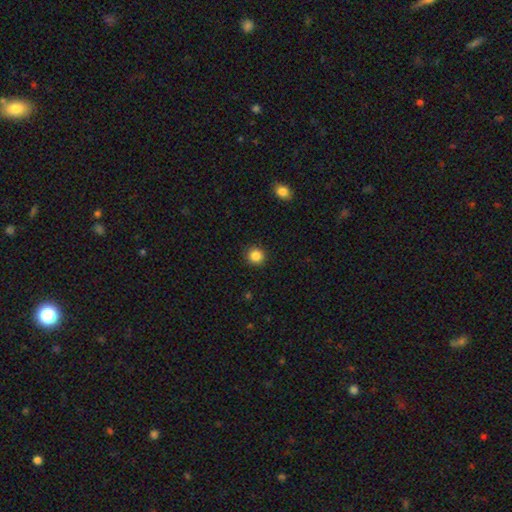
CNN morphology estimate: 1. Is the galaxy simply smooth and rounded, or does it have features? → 86% smooth, 11% star or artifact, 4% featured or disk.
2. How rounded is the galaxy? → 93% round, 6% in between, 1% cigar-shaped.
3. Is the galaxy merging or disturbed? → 92% none, 5% minor disturbance, 2% major disturbance, 1% merger.